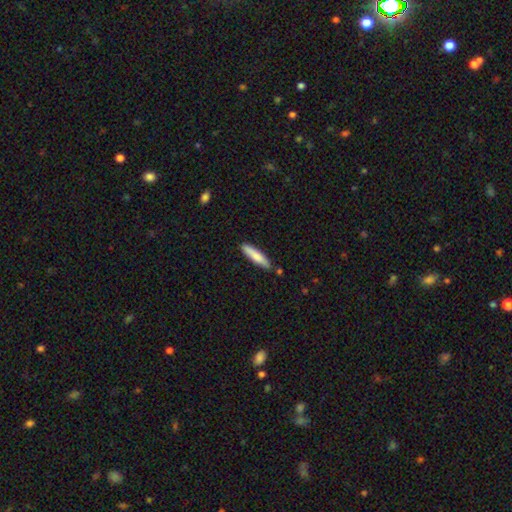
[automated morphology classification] Smooth or featured?
  - smooth: 80% *
  - featured or disk: 14%
  - star or artifact: 6%
How rounded?
  - cigar-shaped: 83% *
  - in between: 16%
  - round: 1%
Merging?
  - none: 81% *
  - minor disturbance: 14%
  - merger: 4%
  - major disturbance: 2%